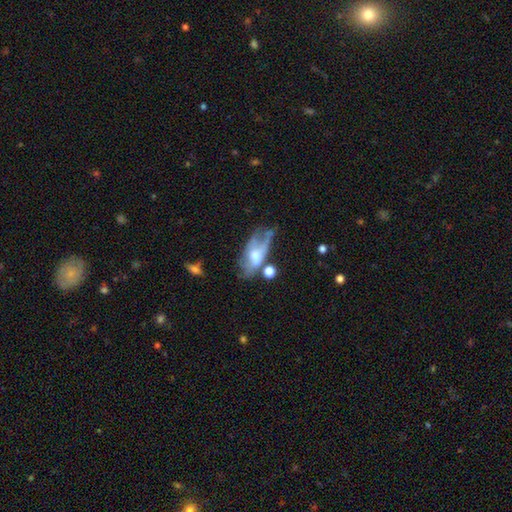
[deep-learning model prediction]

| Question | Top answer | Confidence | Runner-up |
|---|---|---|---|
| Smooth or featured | featured or disk | 51% | smooth (40%) |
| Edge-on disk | no | 86% | yes (14%) |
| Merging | major disturbance | 31% | none (30%) |